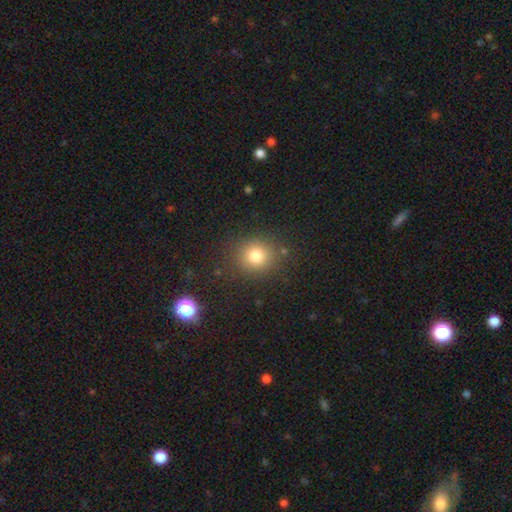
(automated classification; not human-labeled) smooth_or_featured: smooth (p=0.79) [alt: star or artifact p=0.14]
how_rounded: round (p=0.82) [alt: in between p=0.18]
merging: none (p=0.85) [alt: minor disturbance p=0.09]